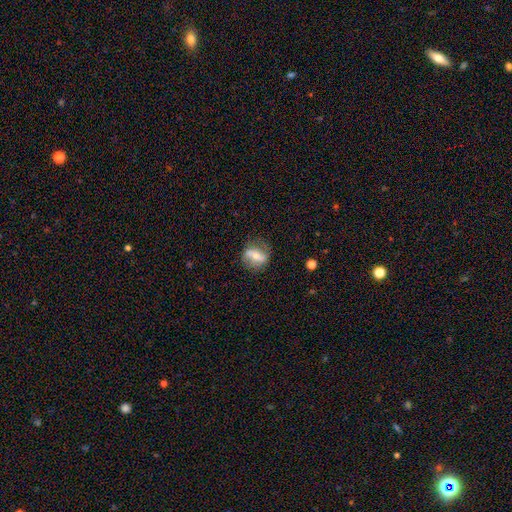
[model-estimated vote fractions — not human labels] Overall: featured or disk (55%; smooth 37%). Edge-on disk: no (82%). Merging: none (76%).